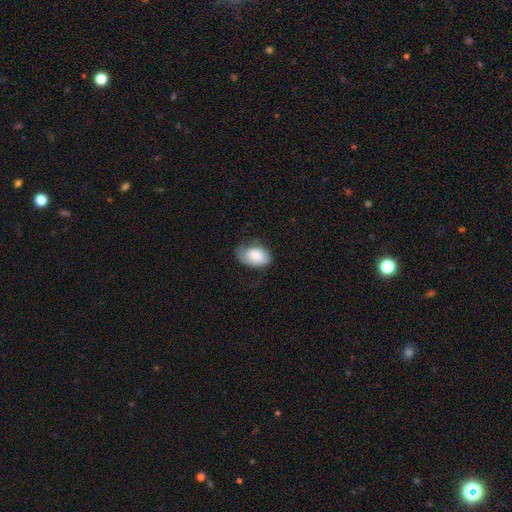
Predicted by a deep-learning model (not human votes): Morphology: type=smooth (74%); roundness=in between (90%); merging=none (47%).